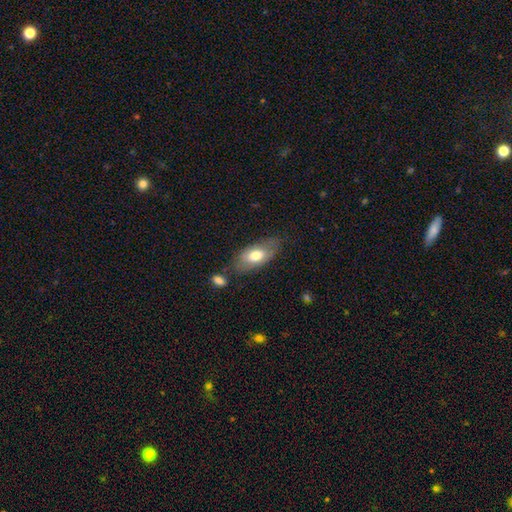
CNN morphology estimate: smooth 69%, featured or disk 24%, star or artifact 6%. Down the decision tree: how rounded — in between (88%); merging — none (67%).